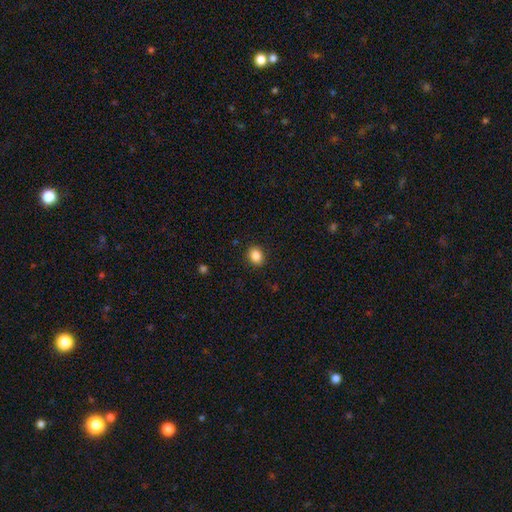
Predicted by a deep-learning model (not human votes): This appears to be a smooth galaxy with no disk features (87%) that is in between round and cigar-shaped (53%). Merging: none (89%).